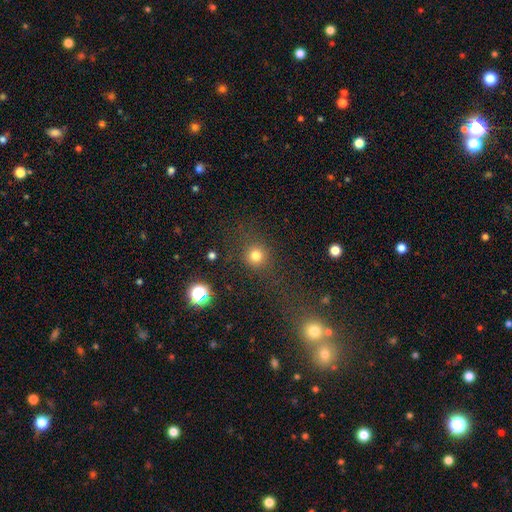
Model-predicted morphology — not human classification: Smooth or featured? Predicted: smooth (p=0.77). How rounded? Predicted: round (p=0.91). Merging? Predicted: none (p=0.81).